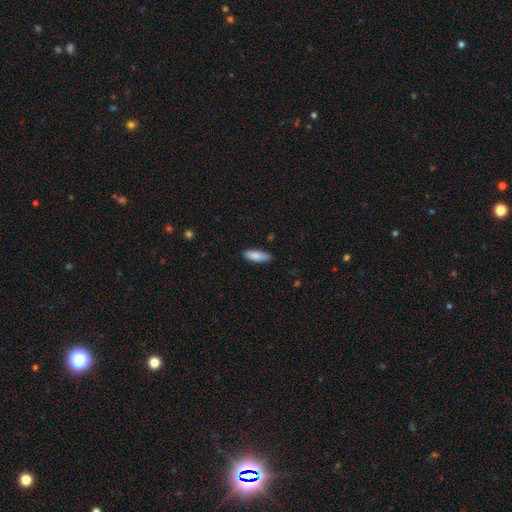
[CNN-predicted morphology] A smooth galaxy with no disk features (85%) that is in between round and cigar-shaped (64%).

Vote fractions:
- Smooth or featured? smooth: 85% / featured or disk: 9% / star or artifact: 6%
- How rounded? in between: 64% / cigar-shaped: 35% / round: 2%
- Merging? none: 82% / minor disturbance: 14% / major disturbance: 2% / merger: 1%